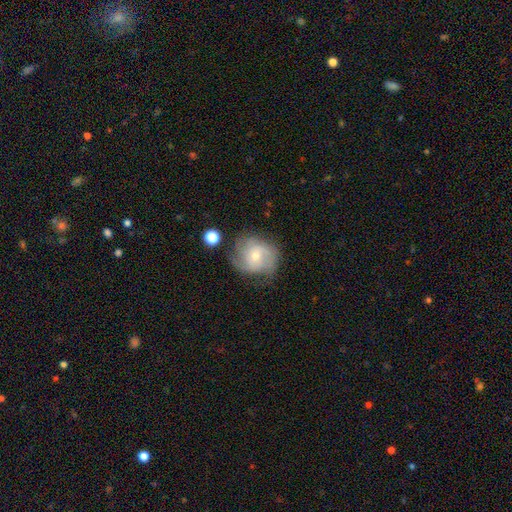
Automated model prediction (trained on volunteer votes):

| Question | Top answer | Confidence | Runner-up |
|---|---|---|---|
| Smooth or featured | featured or disk | 61% | smooth (30%) |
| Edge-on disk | no | 97% | yes (3%) |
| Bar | no | 63% | weak (31%) |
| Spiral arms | yes | 86% | no (14%) |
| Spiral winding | medium | 44% | tight (34%) |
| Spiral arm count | can't tell | 28% | 2 (27%) |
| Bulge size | small | 54% | moderate (41%) |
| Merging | none | 58% | minor disturbance (25%) |